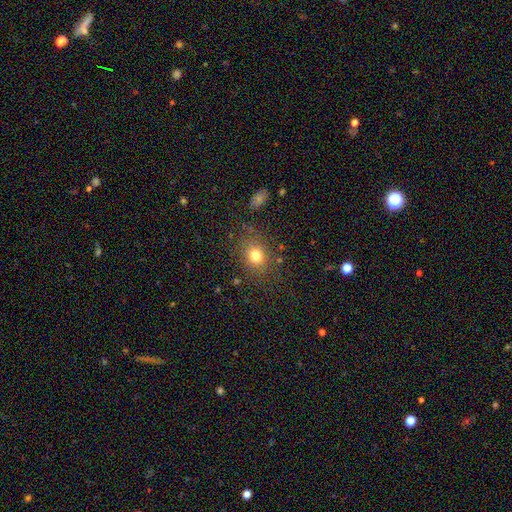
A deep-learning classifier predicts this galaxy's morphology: type=smooth (77%); roundness=round (56%); merging=none (80%).